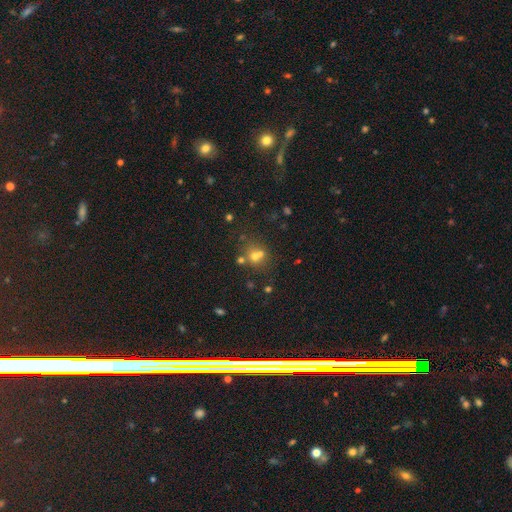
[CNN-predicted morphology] A smooth galaxy with no disk features (58%) that is round (80%). Merging: none (46%).